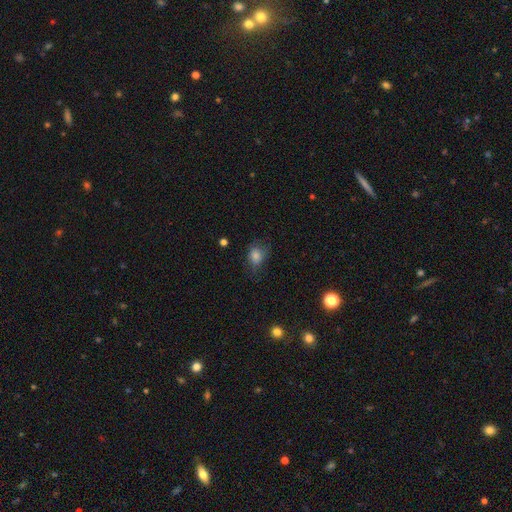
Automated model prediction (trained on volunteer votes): Morphology: type=smooth (78%); roundness=in between (55%); merging=none (57%).